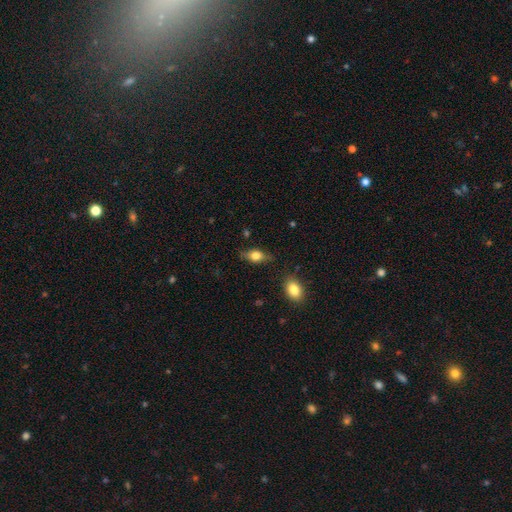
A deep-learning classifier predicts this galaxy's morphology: The model was most divided on "smooth or featured": smooth: 58%, featured or disk: 34%, star or artifact: 8%. More confident: merging — none (78%); how rounded — in between (75%).